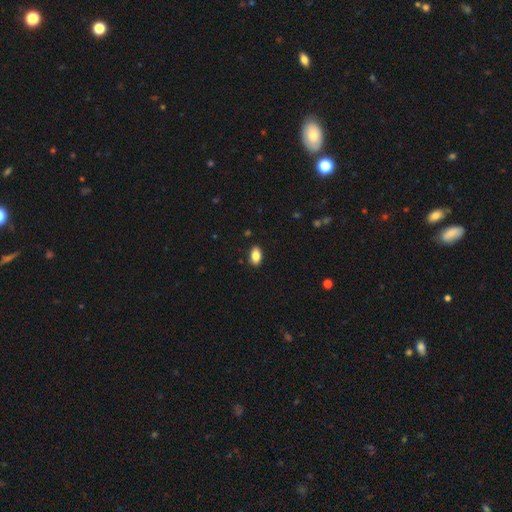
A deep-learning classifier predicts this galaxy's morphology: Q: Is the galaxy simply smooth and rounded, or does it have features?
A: smooth — 85%.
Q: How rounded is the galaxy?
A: in between — 91%.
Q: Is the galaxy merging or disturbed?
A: none — 88%.